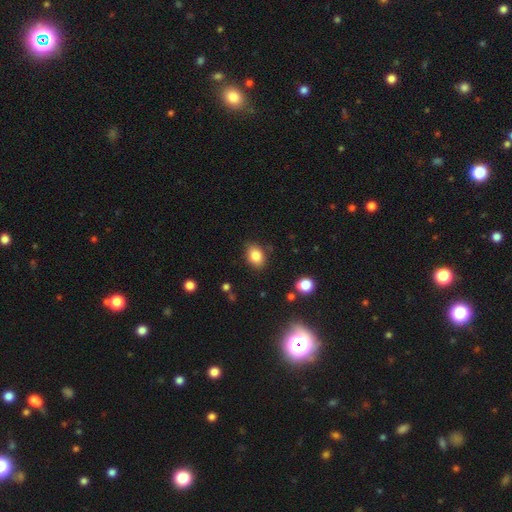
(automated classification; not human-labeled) smooth 84%, star or artifact 10%, featured or disk 7%. Down the decision tree: how rounded — in between (76%); merging — none (82%).